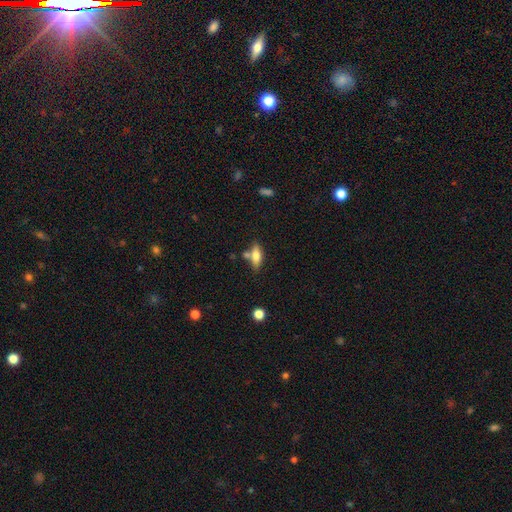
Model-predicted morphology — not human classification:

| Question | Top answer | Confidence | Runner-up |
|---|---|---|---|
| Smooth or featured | smooth | 66% | featured or disk (26%) |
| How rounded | in between | 68% | cigar-shaped (29%) |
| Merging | none | 63% | merger (18%) |